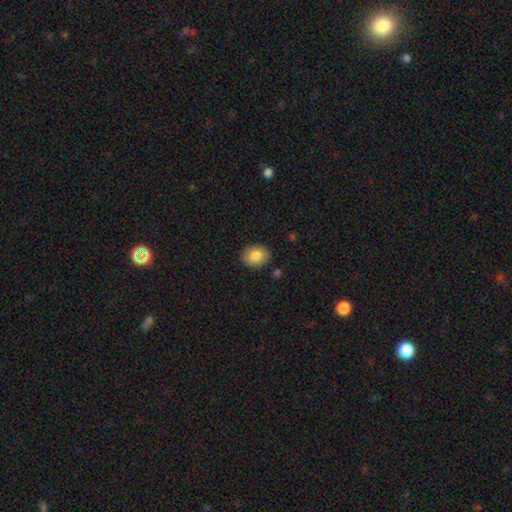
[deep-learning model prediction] This appears to be a smooth galaxy with no disk features (84%) that is in between round and cigar-shaped (56%). Merging: none (87%).